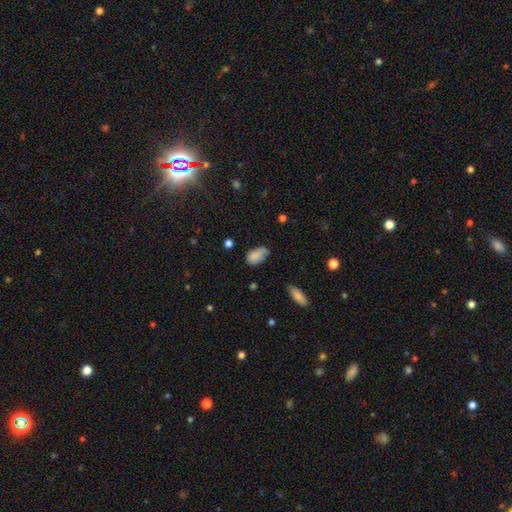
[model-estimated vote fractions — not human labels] smooth_or_featured: smooth (p=0.80) [alt: featured or disk p=0.12]
how_rounded: in between (p=0.90) [alt: round p=0.08]
merging: none (p=0.47) [alt: minor disturbance p=0.37]